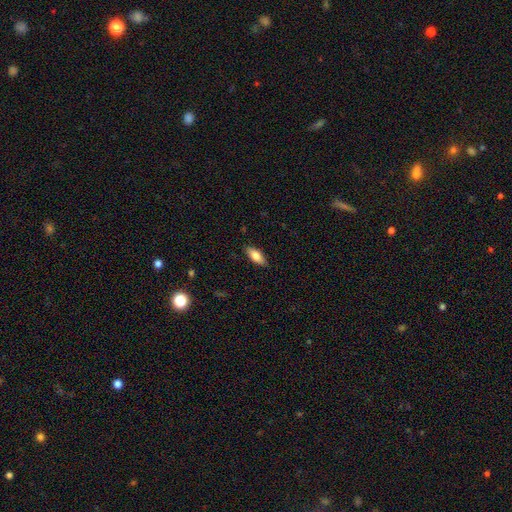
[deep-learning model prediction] This is likely a smooth galaxy (80%). How rounded: clearly in between (82%). Merging: clearly none (87%).